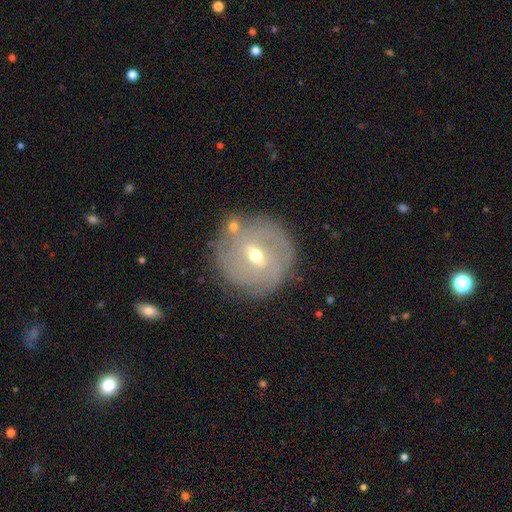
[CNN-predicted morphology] featured or disk 77%, smooth 16%, star or artifact 7%. Down the decision tree: edge-on disk — no (95%); bar — weak (60%); spiral arms — yes (84%); spiral arm count — can't tell (41%); spiral winding — tight (73%); bulge size — moderate (57%); merging — none (78%).